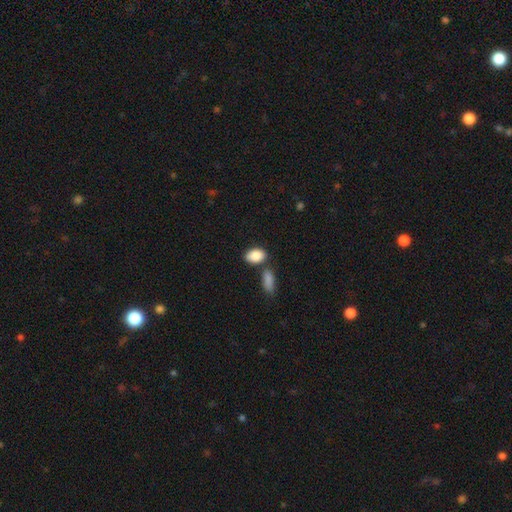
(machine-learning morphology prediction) Smooth or featured?
  - smooth: 87% *
  - star or artifact: 7%
  - featured or disk: 6%
How rounded?
  - in between: 87% *
  - round: 11%
  - cigar-shaped: 2%
Merging?
  - none: 61% *
  - merger: 20%
  - minor disturbance: 14%
  - major disturbance: 4%